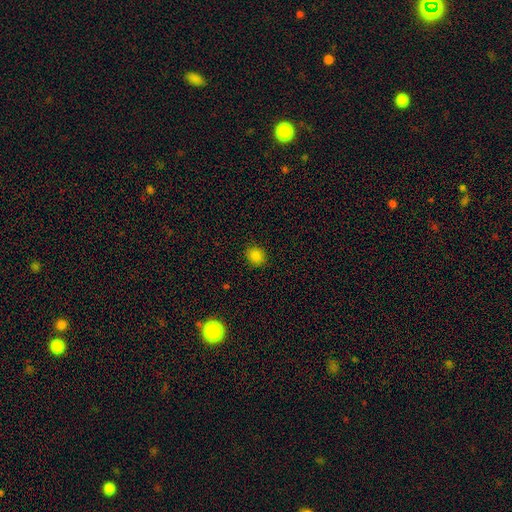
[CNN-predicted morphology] Smooth or featured?
  - smooth: 83% *
  - star or artifact: 13%
  - featured or disk: 3%
How rounded?
  - round: 74% *
  - in between: 25%
  - cigar-shaped: 1%
Merging?
  - none: 89% *
  - minor disturbance: 8%
  - major disturbance: 2%
  - merger: 1%